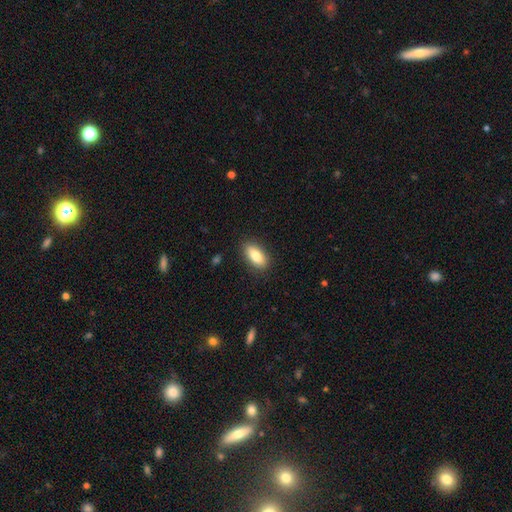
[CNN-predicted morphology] Overall: smooth (83%). How rounded: in between (86%). Merging: none (88%).